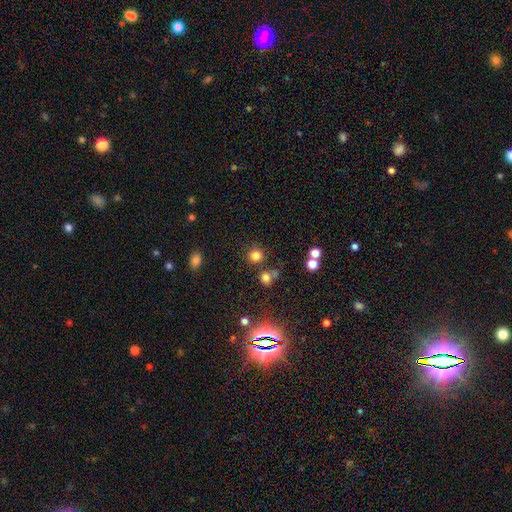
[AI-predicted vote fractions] Smooth or featured? Predicted: smooth (p=0.78). How rounded? Predicted: round (p=0.92). Merging? Predicted: none (p=0.79).